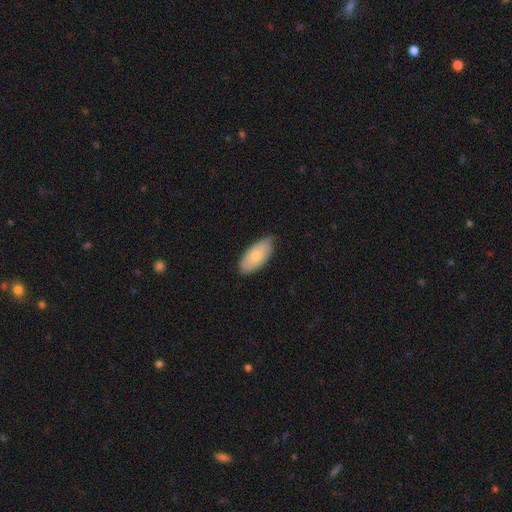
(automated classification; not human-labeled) The model was most divided on "merging": none: 68%, minor disturbance: 28%, major disturbance: 3%, merger: 1%. More confident: how rounded — in between (93%); smooth or featured — smooth (73%).